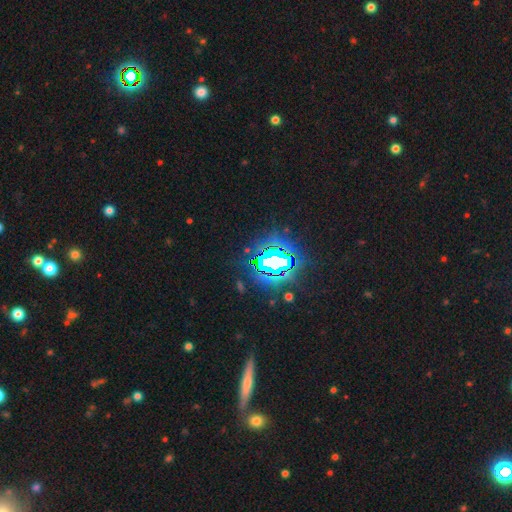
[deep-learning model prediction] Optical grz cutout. It shows a star or artifact, not a galaxy (77%).